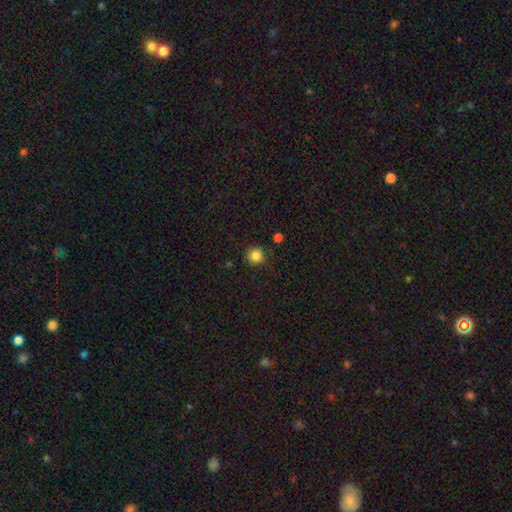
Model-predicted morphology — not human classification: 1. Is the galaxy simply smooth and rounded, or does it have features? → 85% smooth, 11% star or artifact, 4% featured or disk.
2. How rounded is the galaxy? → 93% round, 6% in between, 1% cigar-shaped.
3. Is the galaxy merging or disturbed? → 86% none, 9% minor disturbance, 3% major disturbance, 2% merger.